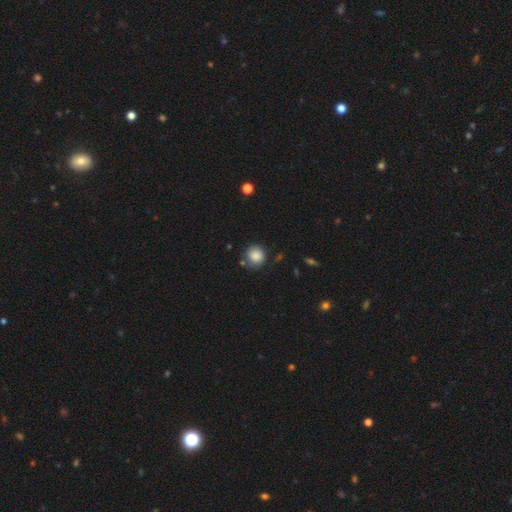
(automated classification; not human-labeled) The model was most divided on "merging": none: 79%, minor disturbance: 13%, merger: 4%, major disturbance: 3%. More confident: how rounded — round (90%); smooth or featured — smooth (86%).